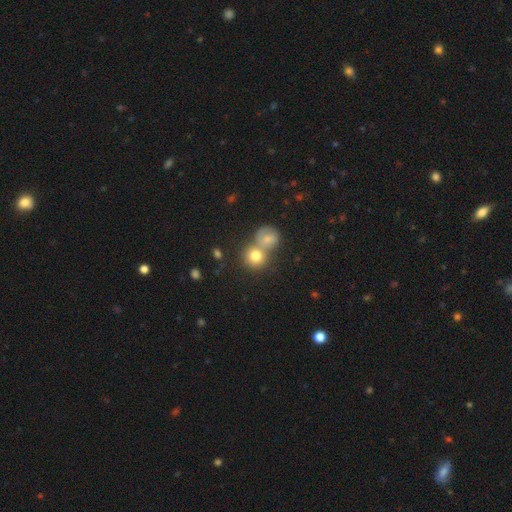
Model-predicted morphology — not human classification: This appears to be a smooth galaxy with no disk features (76%) that is round (85%). Merging: merger (46%).